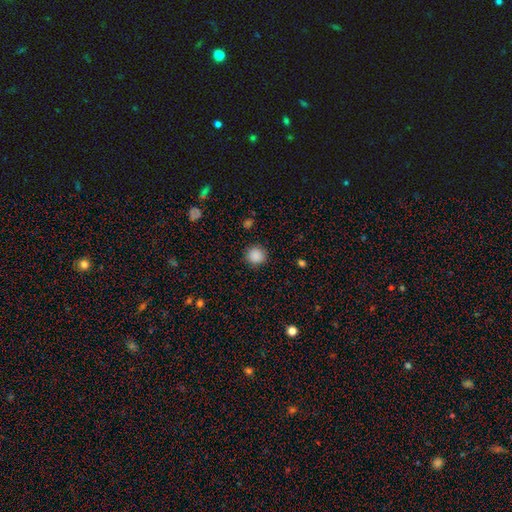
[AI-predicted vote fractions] A smooth galaxy with no disk features (88%) that is round (90%).

Vote fractions:
- Smooth or featured? smooth: 88% / star or artifact: 10% / featured or disk: 3%
- How rounded? round: 90% / in between: 9% / cigar-shaped: 1%
- Merging? none: 89% / minor disturbance: 7% / major disturbance: 3% / merger: 1%